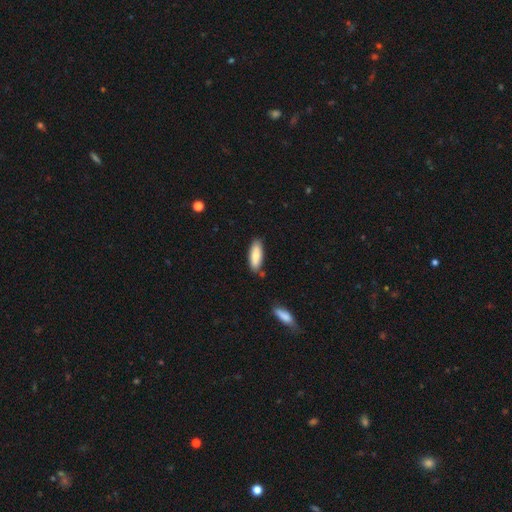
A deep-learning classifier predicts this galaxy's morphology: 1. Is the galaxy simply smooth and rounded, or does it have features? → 82% smooth, 12% featured or disk, 6% star or artifact.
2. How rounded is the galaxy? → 63% in between, 35% cigar-shaped, 2% round.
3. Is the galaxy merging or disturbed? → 81% none, 13% minor disturbance, 4% merger, 2% major disturbance.